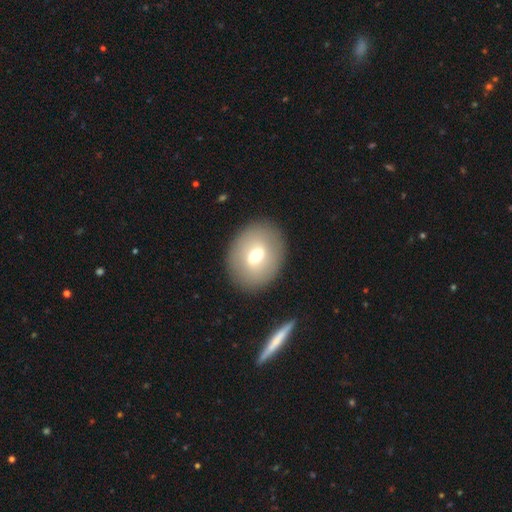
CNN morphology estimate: A smooth galaxy with no disk features (59%) that is in between round and cigar-shaped (53%). Merging: none (86%).